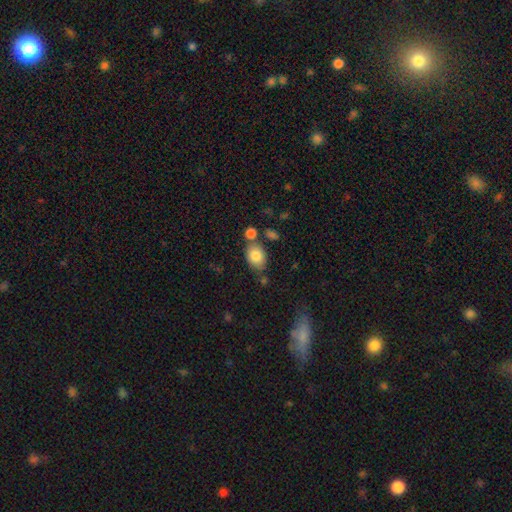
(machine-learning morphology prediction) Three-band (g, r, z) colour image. It shows a smooth galaxy with no disk features (83%) that is in between round and cigar-shaped (74%). Merging: none (66%).